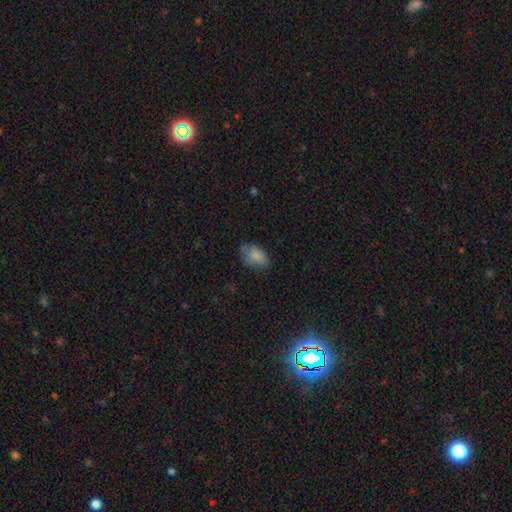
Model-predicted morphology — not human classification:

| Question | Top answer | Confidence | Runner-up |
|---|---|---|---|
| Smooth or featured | smooth | 82% | featured or disk (10%) |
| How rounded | in between | 88% | round (11%) |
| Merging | none | 60% | minor disturbance (29%) |